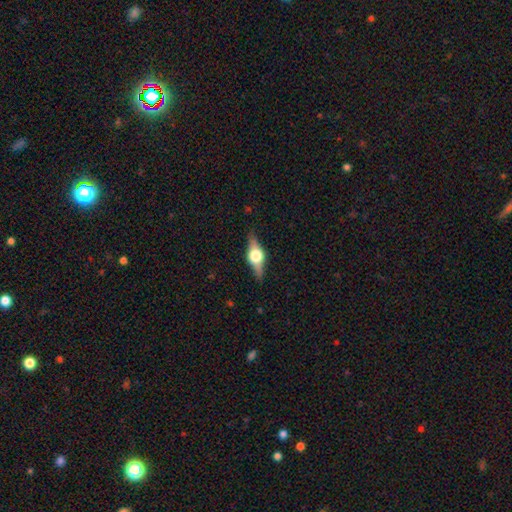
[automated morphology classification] This is likely a featured or disk galaxy (69%). It is clearly viewed edge-on (95%). Edge-on bulge: clearly rounded (94%). Merging: clearly none (85%).